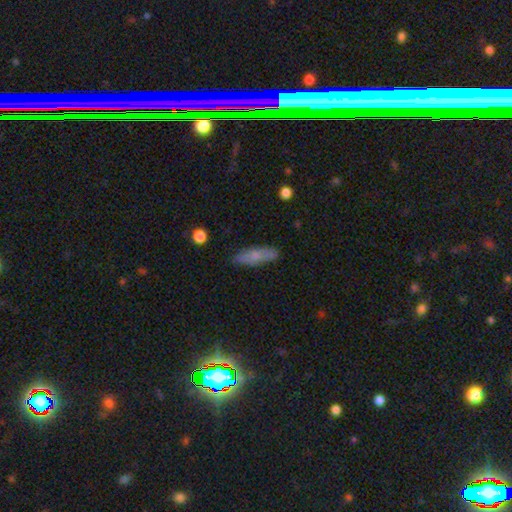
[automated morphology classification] Smooth or featured? Predicted: smooth (p=0.68). How rounded? Predicted: cigar-shaped (p=0.59). Merging? Predicted: none (p=0.84).